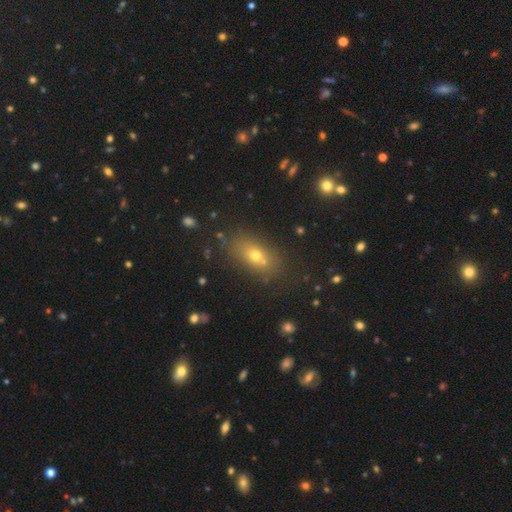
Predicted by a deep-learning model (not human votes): Smooth or featured? smooth (63%)
How rounded? in between (70%)
Merging? none (69%)